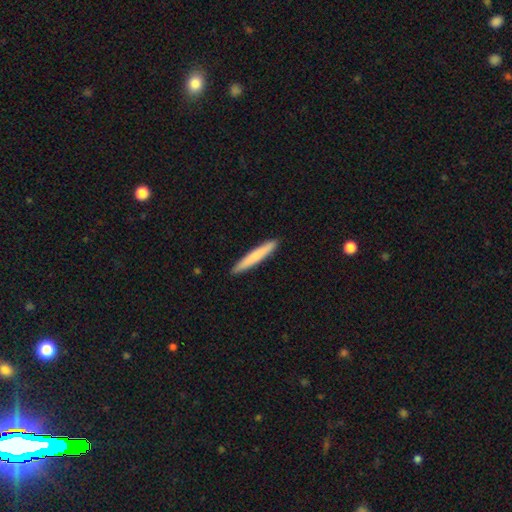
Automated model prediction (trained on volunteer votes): Smooth or featured? smooth (73%)
How rounded? cigar-shaped (96%)
Merging? none (92%)